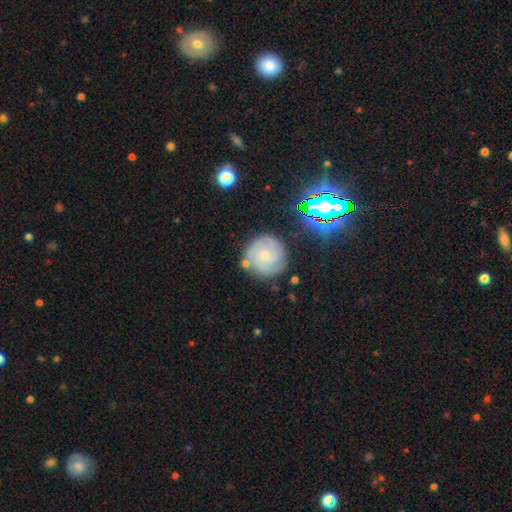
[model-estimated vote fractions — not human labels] Smooth or featured? featured or disk (44%)
Merging? none (76%)